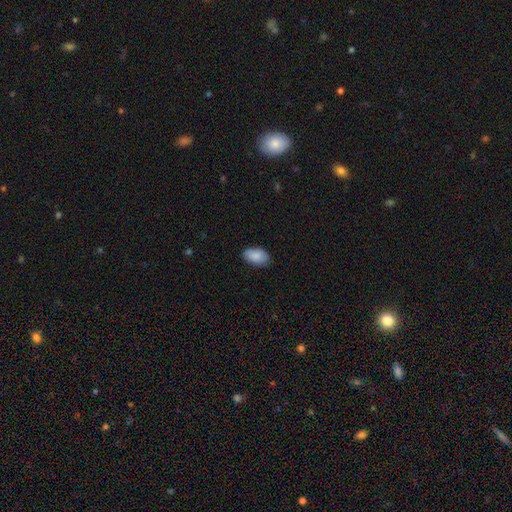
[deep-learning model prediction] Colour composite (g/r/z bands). It shows a smooth galaxy with no disk features (88%) that is in between round and cigar-shaped (93%). Merging: none (83%).